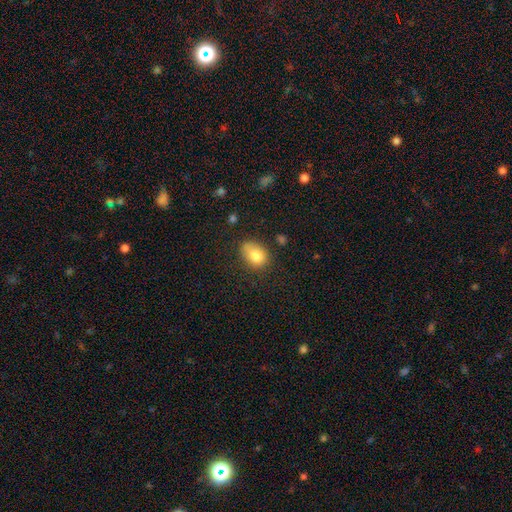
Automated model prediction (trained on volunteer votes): smooth 80%, featured or disk 11%, star or artifact 9%. Down the decision tree: how rounded — in between (76%); merging — none (55%).